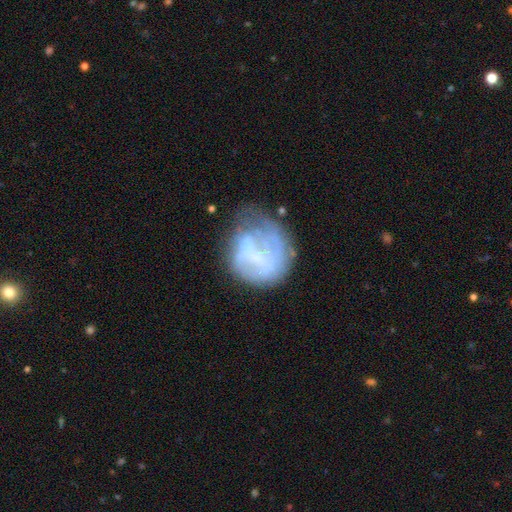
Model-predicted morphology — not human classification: Smooth or featured? Predicted: featured or disk (p=0.55). Edge-on disk? Predicted: no (p=0.98). Bar? Predicted: no (p=0.64). Spiral arms? Predicted: no (p=0.67). Bulge size? Predicted: none (p=0.46). Merging? Predicted: none (p=0.41).